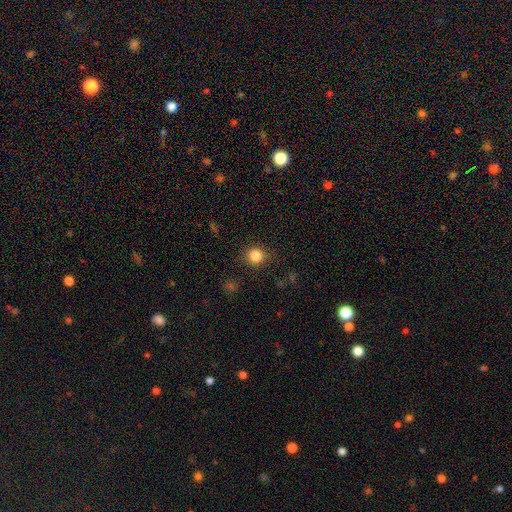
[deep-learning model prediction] smooth 83%, star or artifact 12%, featured or disk 5%. Down the decision tree: how rounded — round (85%); merging — none (87%).